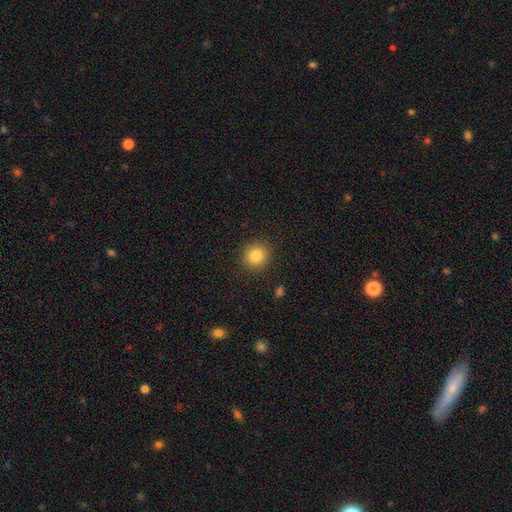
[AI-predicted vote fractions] This is clearly a smooth galaxy (84%). How rounded: clearly round (90%). Merging: clearly none (90%).